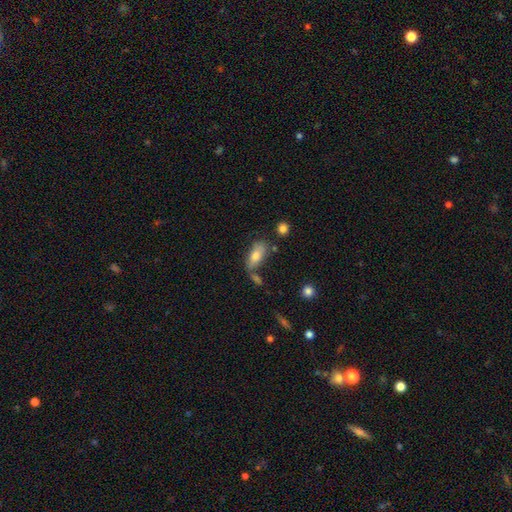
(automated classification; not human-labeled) This appears to be a smooth galaxy with no disk features (73%) that is in between round and cigar-shaped (85%). Merging: none (54%).